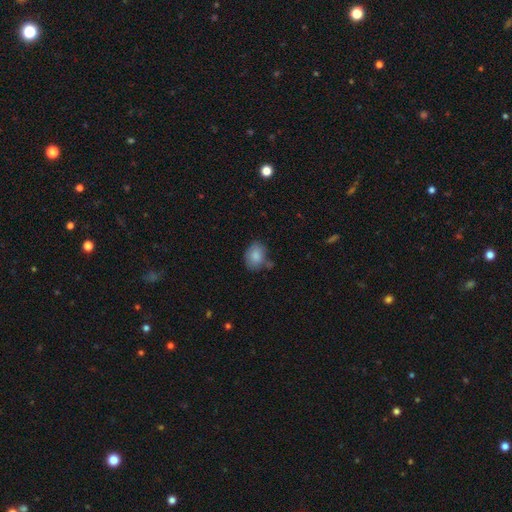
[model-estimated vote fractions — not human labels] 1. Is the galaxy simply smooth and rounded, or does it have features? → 84% smooth, 8% featured or disk, 7% star or artifact.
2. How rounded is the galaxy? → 64% in between, 35% round, 1% cigar-shaped.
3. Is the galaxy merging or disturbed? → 64% none, 23% minor disturbance, 8% merger, 6% major disturbance.